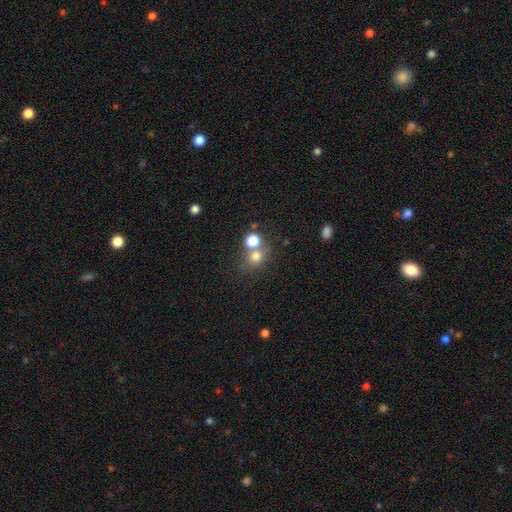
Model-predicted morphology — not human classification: This is likely a smooth galaxy (74%). How rounded: likely round (78%). Merging: possibly none (50%).